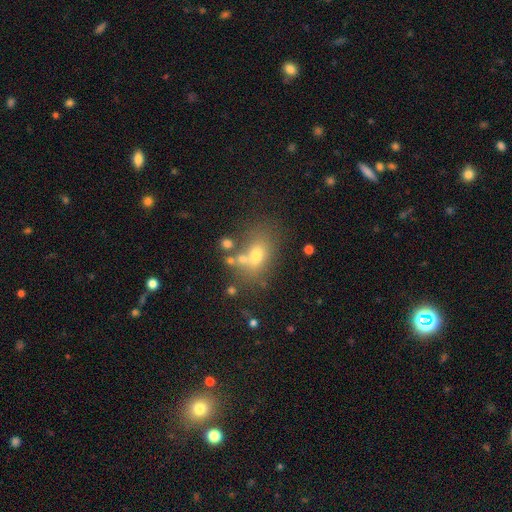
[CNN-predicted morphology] smooth 65%, featured or disk 19%, star or artifact 16%. Down the decision tree: how rounded — in between (71%); merging — none (55%).